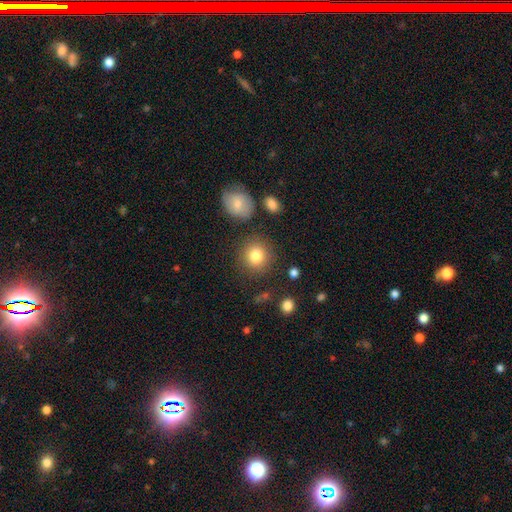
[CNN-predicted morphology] A smooth galaxy with no disk features (81%) that is round (90%). Merging: none (84%).